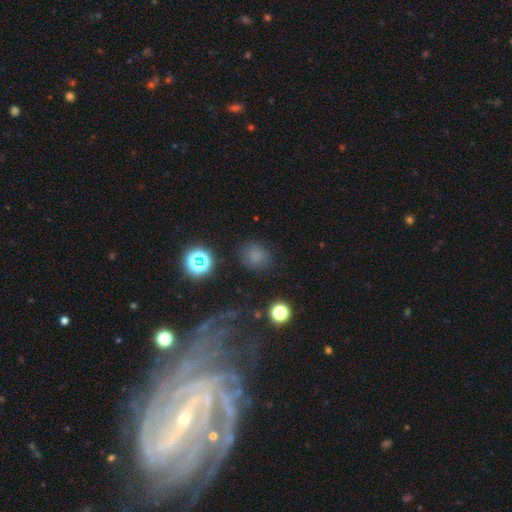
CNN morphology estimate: Smooth or featured: smooth — 72% (star or artifact — 21%)
How rounded: round — 80% (in between — 18%)
Merging: none — 80% (minor disturbance — 12%)